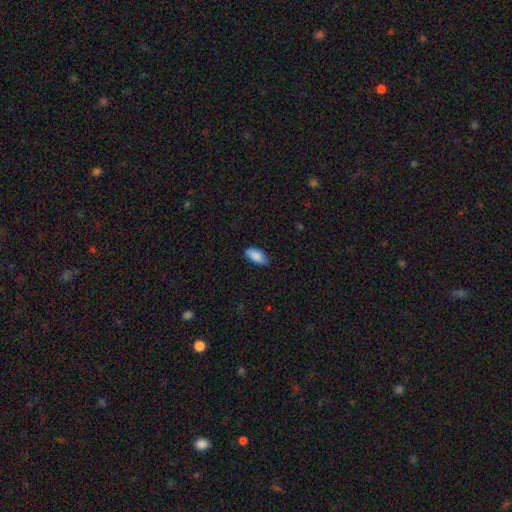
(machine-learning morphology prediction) A smooth galaxy with no disk features (88%) that is in between round and cigar-shaped (91%). Merging: none (80%).